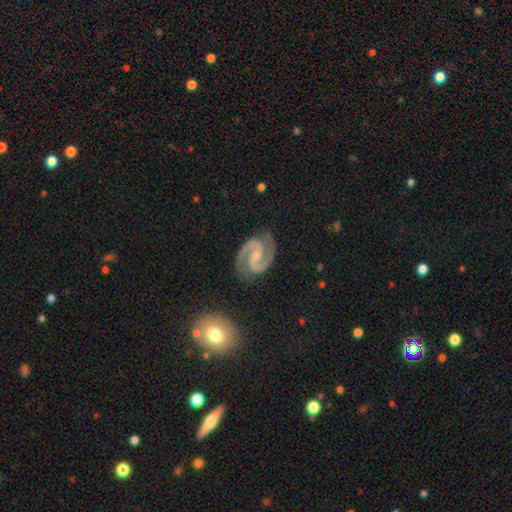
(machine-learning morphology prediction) featured or disk 93%, star or artifact 4%, smooth 3%. Down the decision tree: edge-on disk — no (98%); bar — weak (43%); spiral arms — yes (99%); spiral arm count — 2 (95%); spiral winding — medium (63%); bulge size — small (59%); merging — none (83%).